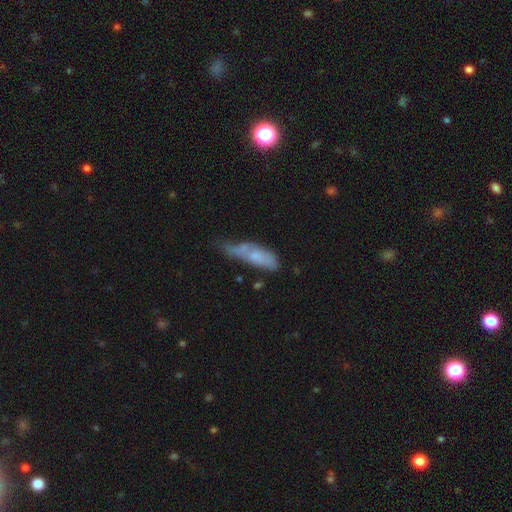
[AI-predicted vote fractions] The model was most divided on "how rounded" (2-way tie): in between: 49%, cigar-shaped: 49%, round: 2%. Remaining: smooth or featured — smooth (58%); merging — minor disturbance (35%).